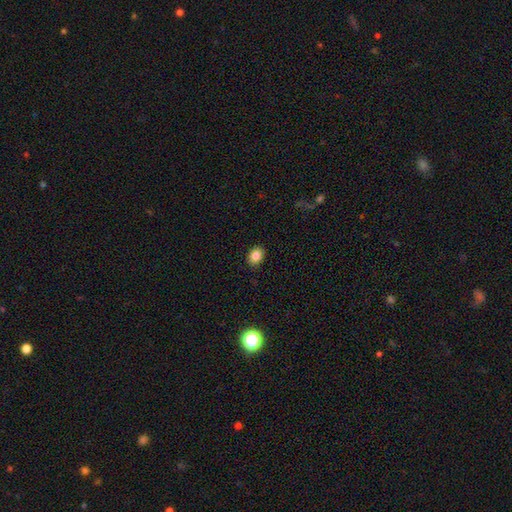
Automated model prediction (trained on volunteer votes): This is clearly a smooth galaxy (86%). How rounded: likely in between (64%). Merging: clearly none (90%).